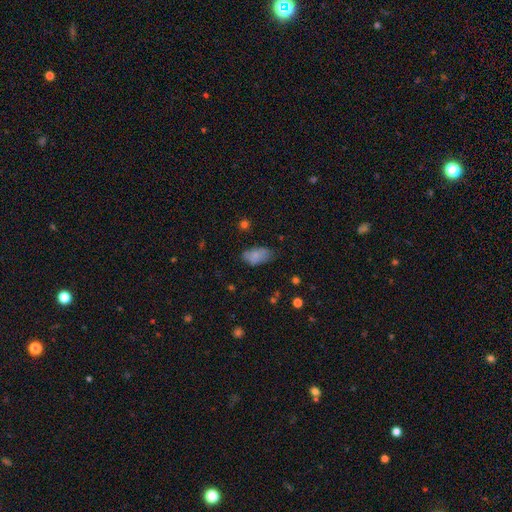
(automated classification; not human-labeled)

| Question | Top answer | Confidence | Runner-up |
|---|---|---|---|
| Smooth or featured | smooth | 80% | featured or disk (11%) |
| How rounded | in between | 92% | round (5%) |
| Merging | none | 56% | minor disturbance (32%) |